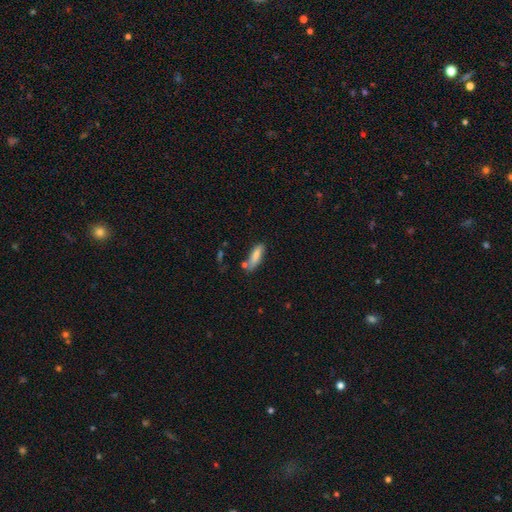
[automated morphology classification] The model was most divided on "how rounded": cigar-shaped: 52%, in between: 46%, round: 2%. More confident: smooth or featured — smooth (80%); merging — none (67%).